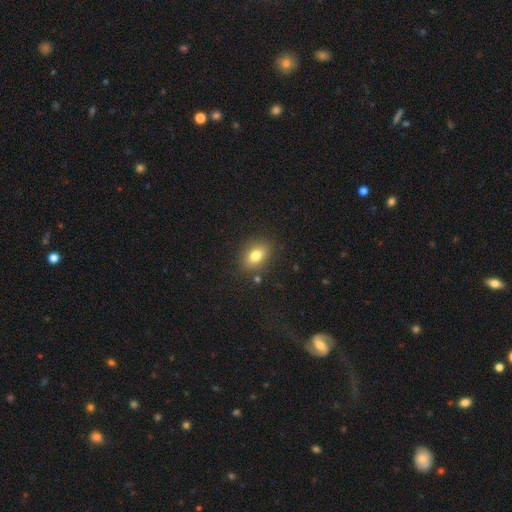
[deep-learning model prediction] Smooth or featured: smooth — 79% (featured or disk — 10%)
How rounded: in between — 75% (round — 23%)
Merging: none — 84% (minor disturbance — 10%)